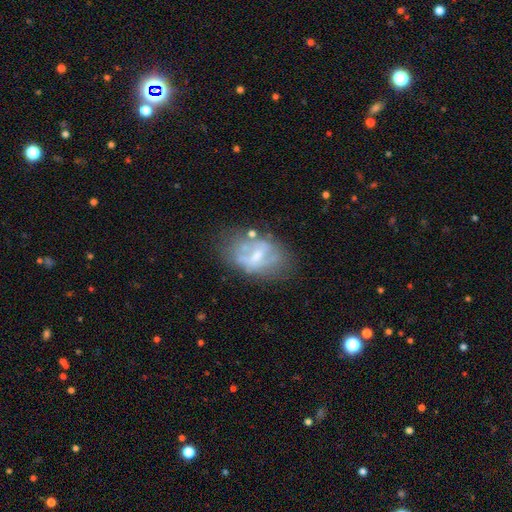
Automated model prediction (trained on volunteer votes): A featured or disk galaxy (62%) with a weak bar (45%), no spiral arms (62%) and a small central bulge (44%). Merging: none (48%).